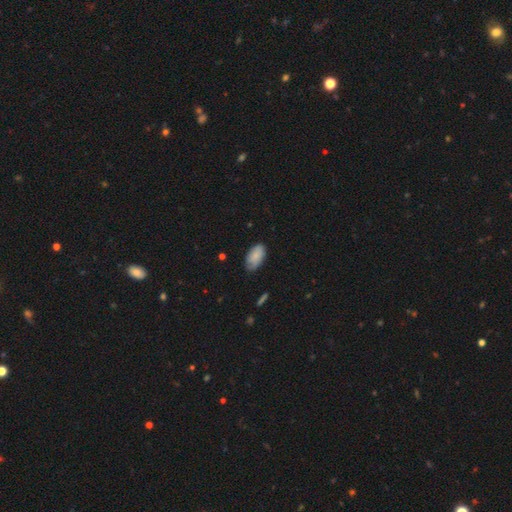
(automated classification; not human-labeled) Smooth or featured? Predicted: smooth (p=0.83). How rounded? Predicted: in between (p=0.94). Merging? Predicted: none (p=0.73).